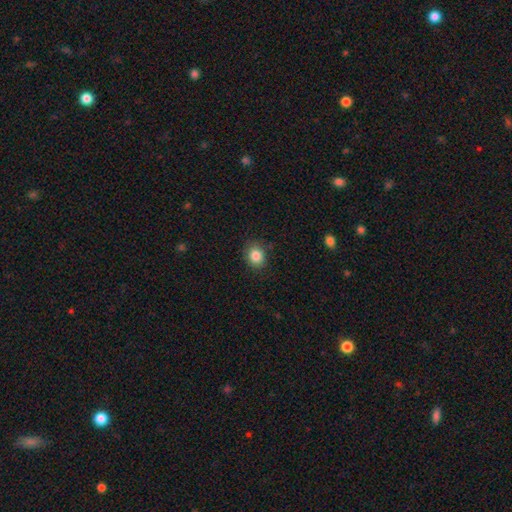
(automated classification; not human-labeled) Smooth or featured? Predicted: smooth (p=0.85). How rounded? Predicted: round (p=0.65). Merging? Predicted: none (p=0.85).